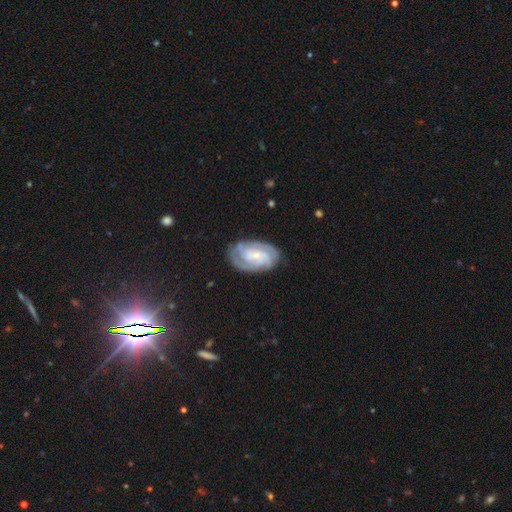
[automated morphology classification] featured or disk 83%, smooth 11%, star or artifact 6%. Down the decision tree: edge-on disk — no (97%); bar — no (48%); spiral arms — yes (97%); spiral arm count — 3 (31%); spiral winding — tight (63%); bulge size — small (67%); merging — none (77%).